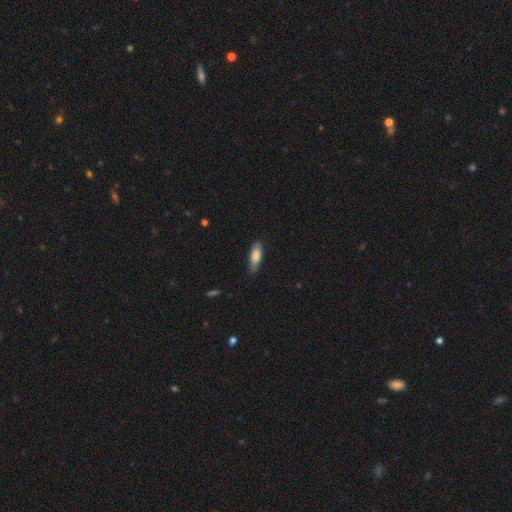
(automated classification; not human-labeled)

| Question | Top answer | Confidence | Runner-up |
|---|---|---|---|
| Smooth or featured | smooth | 73% | featured or disk (20%) |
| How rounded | in between | 60% | cigar-shaped (38%) |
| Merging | none | 68% | minor disturbance (26%) |